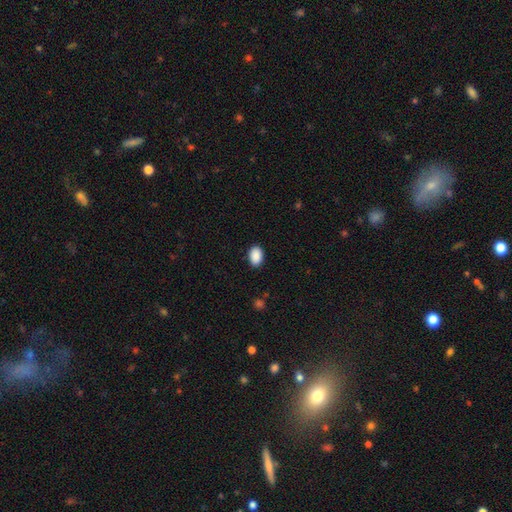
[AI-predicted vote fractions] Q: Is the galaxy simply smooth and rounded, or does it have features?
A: smooth — 90%.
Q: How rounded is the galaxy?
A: in between — 87%.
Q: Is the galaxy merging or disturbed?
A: none — 87%.